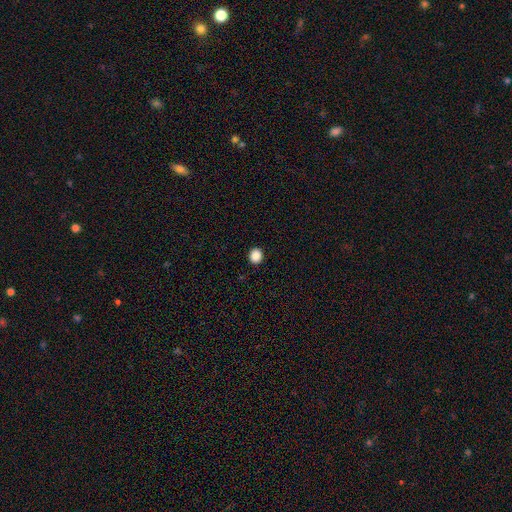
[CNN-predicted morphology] This appears to be a smooth galaxy with no disk features (88%) that is round (87%). Merging: none (93%).